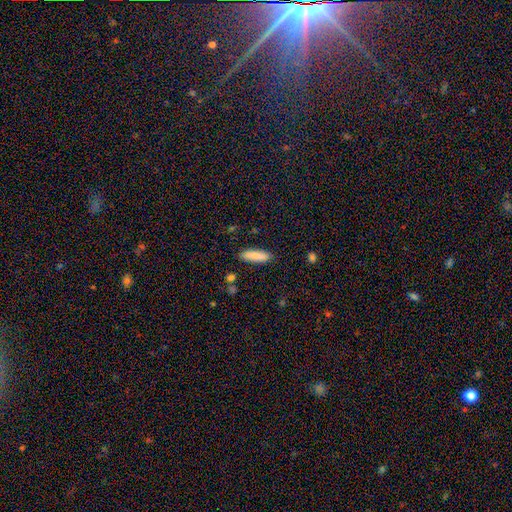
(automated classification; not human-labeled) Smooth or featured?
  - smooth: 84% *
  - featured or disk: 9%
  - star or artifact: 6%
How rounded?
  - cigar-shaped: 60% *
  - in between: 39%
  - round: 2%
Merging?
  - none: 87% *
  - minor disturbance: 9%
  - major disturbance: 2%
  - merger: 2%